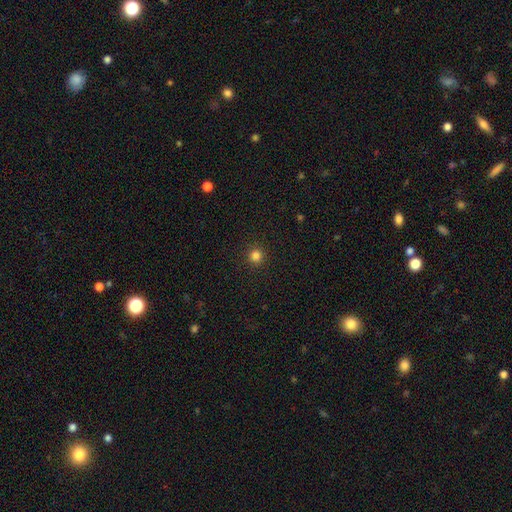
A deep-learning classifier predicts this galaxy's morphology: smooth-or-featured: smooth: 82% | star or artifact: 14% | featured or disk: 4%
  how-rounded: round: 95% | in between: 4% | cigar-shaped: 1%
  merging: none: 92% | minor disturbance: 5% | major disturbance: 2% | merger: 1%